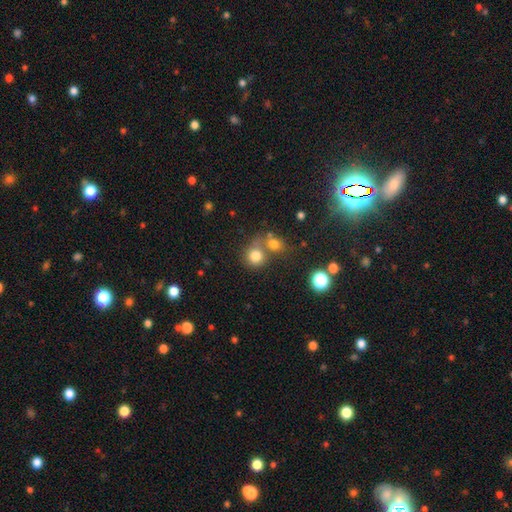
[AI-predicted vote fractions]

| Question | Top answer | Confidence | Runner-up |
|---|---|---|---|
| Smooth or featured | smooth | 78% | star or artifact (13%) |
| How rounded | round | 84% | in between (15%) |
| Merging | none | 48% | merger (37%) |